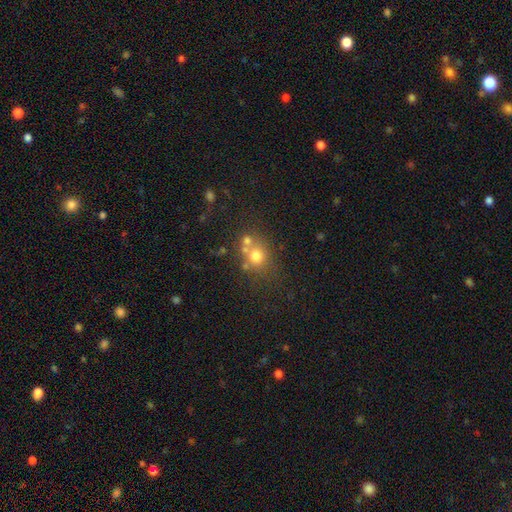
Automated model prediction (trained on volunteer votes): smooth_or_featured: smooth (p=0.67) [alt: star or artifact p=0.17]
how_rounded: round (p=0.78) [alt: in between p=0.21]
merging: none (p=0.51) [alt: merger p=0.33]